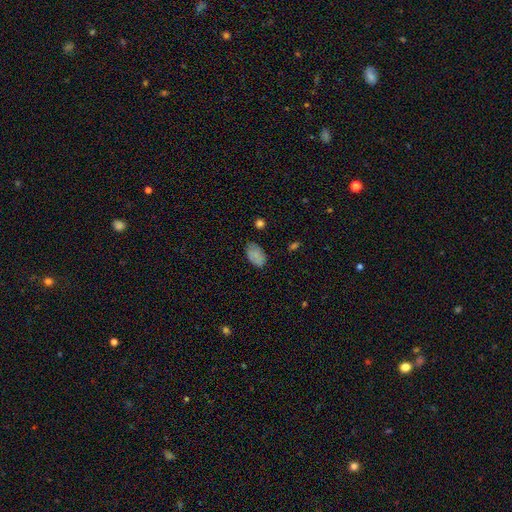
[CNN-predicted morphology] smooth 83%, star or artifact 9%, featured or disk 8%. Down the decision tree: how rounded — in between (92%); merging — none (73%).